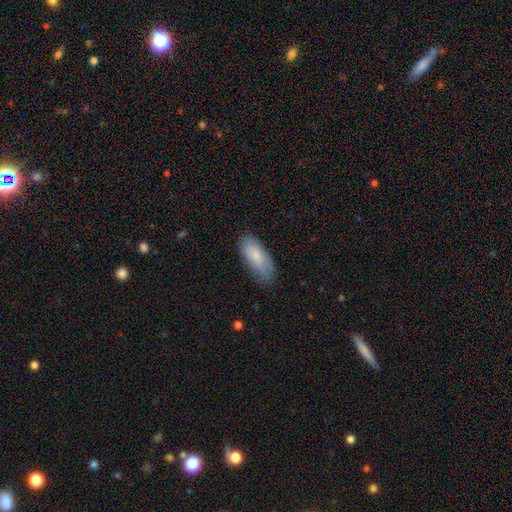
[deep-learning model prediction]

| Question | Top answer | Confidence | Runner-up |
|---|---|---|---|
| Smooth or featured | smooth | 80% | featured or disk (14%) |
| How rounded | in between | 83% | cigar-shaped (15%) |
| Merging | none | 70% | minor disturbance (24%) |